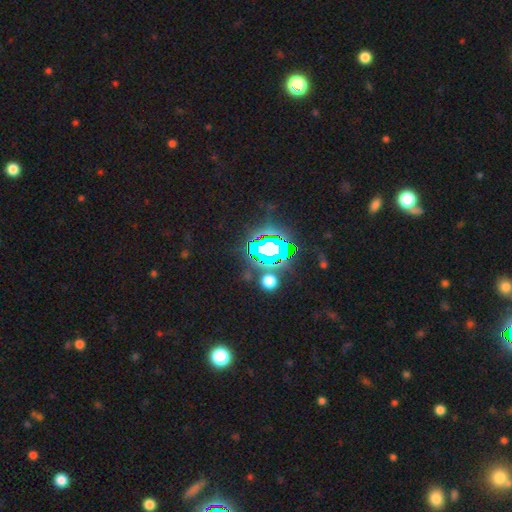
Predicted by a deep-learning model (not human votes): The model was most divided on "smooth or featured": star or artifact: 83%, smooth: 10%, featured or disk: 7%.